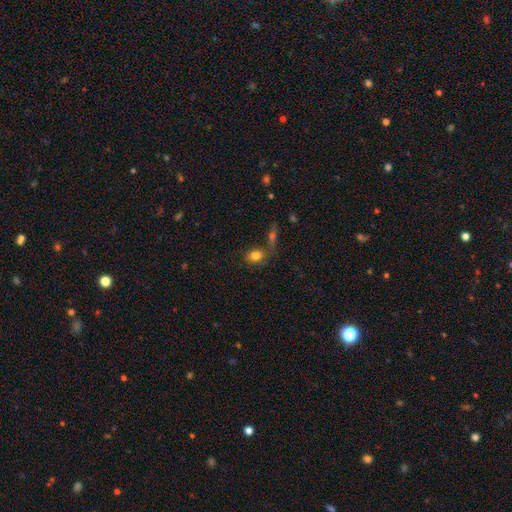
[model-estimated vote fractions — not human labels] Overall: smooth (80%). How rounded: in between (56%; round 42%). Merging: none (58%; merger 23%).